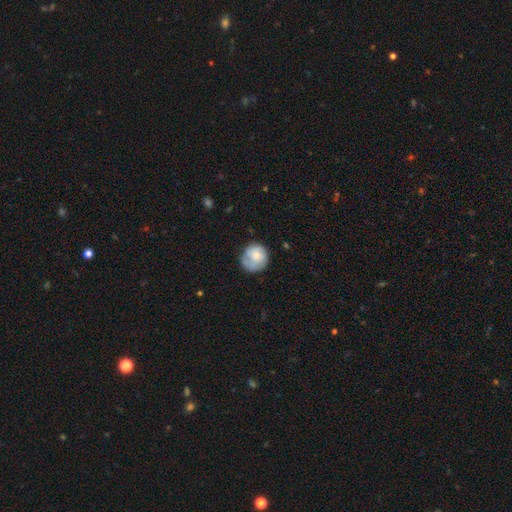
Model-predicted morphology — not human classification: A smooth galaxy with no disk features (61%) that is round (85%).

Vote fractions:
- Smooth or featured? smooth: 61% / featured or disk: 32% / star or artifact: 7%
- How rounded? round: 85% / in between: 14% / cigar-shaped: 1%
- Merging? none: 59% / minor disturbance: 27% / major disturbance: 12% / merger: 3%